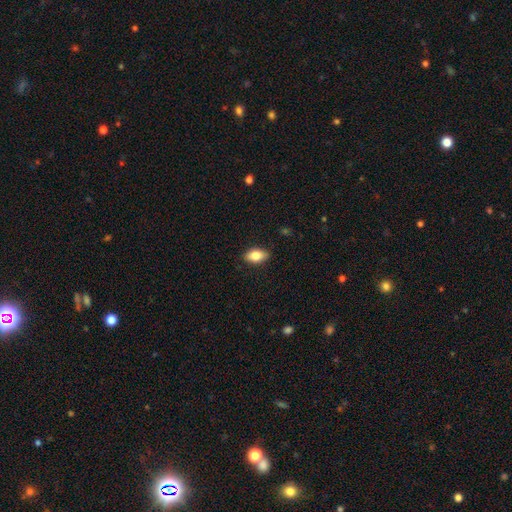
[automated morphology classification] Smooth or featured? smooth (82%)
How rounded? in between (90%)
Merging? none (87%)